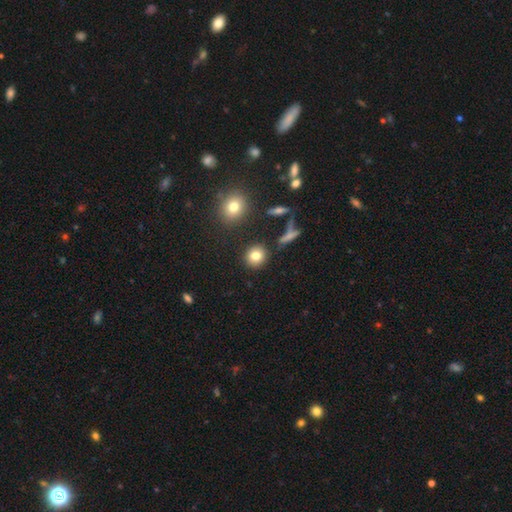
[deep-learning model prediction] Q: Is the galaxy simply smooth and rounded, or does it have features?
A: smooth — 79%.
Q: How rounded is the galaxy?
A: round — 85%.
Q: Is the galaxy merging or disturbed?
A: none — 87%.